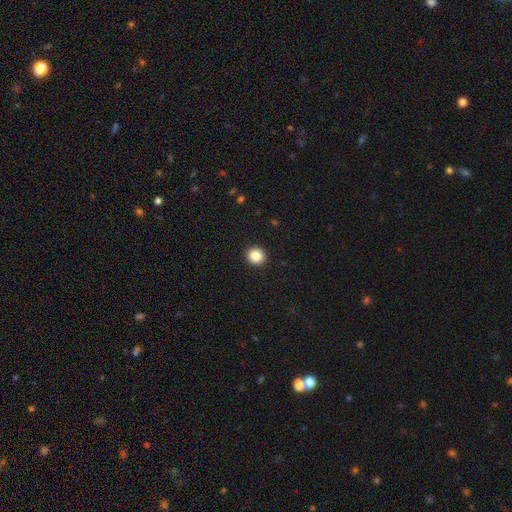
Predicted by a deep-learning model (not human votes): smooth 86%, star or artifact 10%, featured or disk 4%. Down the decision tree: how rounded — round (90%); merging — none (93%).